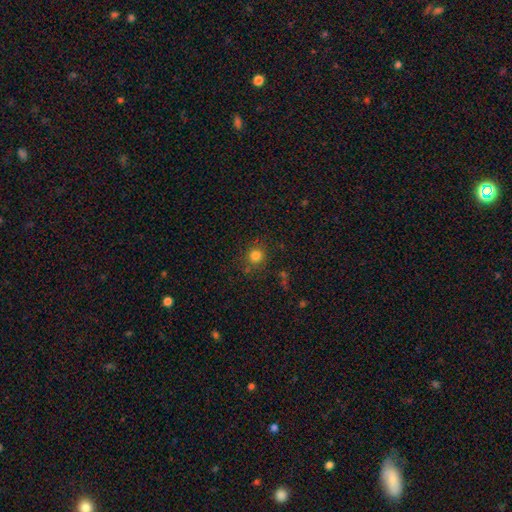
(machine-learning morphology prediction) A smooth galaxy with no disk features (80%) that is round (90%).

Vote fractions:
- Smooth or featured? smooth: 80% / star or artifact: 15% / featured or disk: 6%
- How rounded? round: 90% / in between: 9% / cigar-shaped: 1%
- Merging? none: 82% / minor disturbance: 11% / major disturbance: 4% / merger: 4%